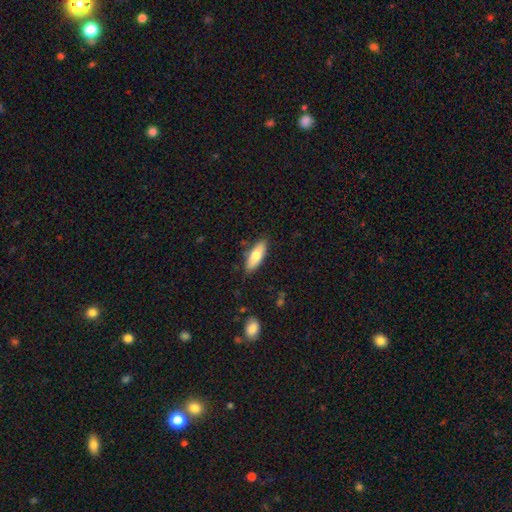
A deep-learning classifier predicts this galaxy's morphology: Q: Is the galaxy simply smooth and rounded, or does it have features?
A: smooth — 71%.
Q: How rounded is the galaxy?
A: in between — 67%.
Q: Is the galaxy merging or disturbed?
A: none — 84%.